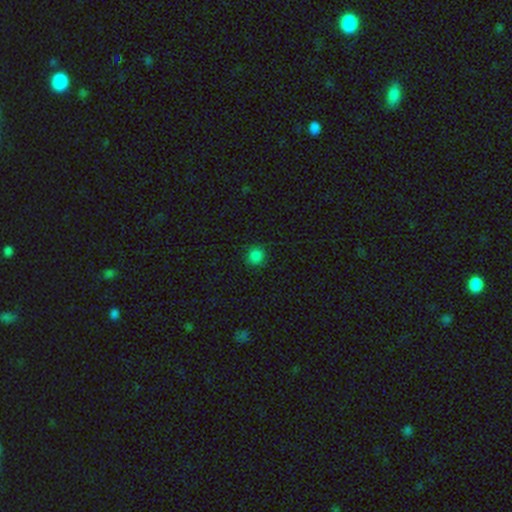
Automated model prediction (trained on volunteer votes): Overall: smooth (84%). How rounded: round (90%). Merging: none (89%).